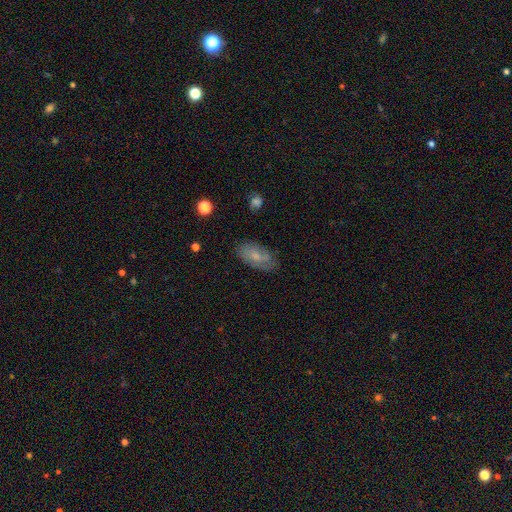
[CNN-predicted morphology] Smooth or featured: smooth — 60% (featured or disk — 32%)
How rounded: in between — 91% (cigar-shaped — 5%)
Merging: none — 73% (minor disturbance — 20%)